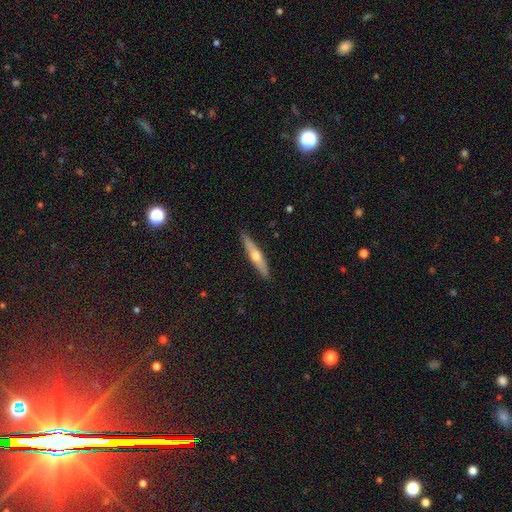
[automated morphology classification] Q: Smooth or featured?
A: featured or disk (54%); runner-up: smooth (40%)
Q: Edge-on disk?
A: yes (92%); runner-up: no (8%)
Q: Merging?
A: none (89%); runner-up: minor disturbance (8%)